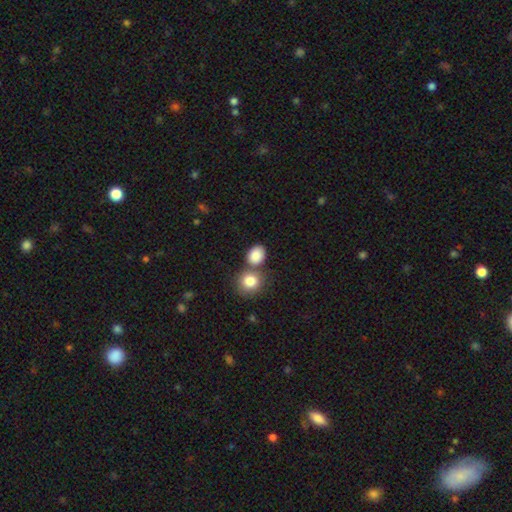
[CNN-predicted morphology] Smooth or featured? Predicted: smooth (p=0.86). How rounded? Predicted: in between (p=0.51). Merging? Predicted: none (p=0.57).